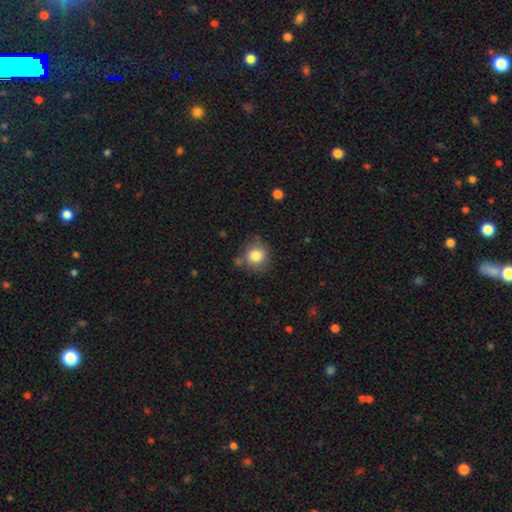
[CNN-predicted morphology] smooth 82%, star or artifact 10%, featured or disk 8%. Down the decision tree: how rounded — round (86%); merging — none (76%).